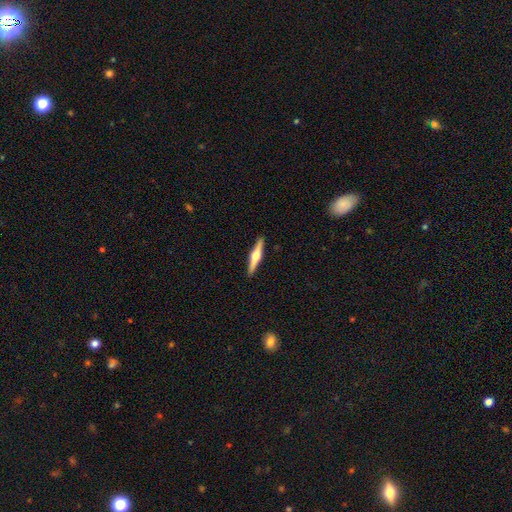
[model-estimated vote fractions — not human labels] Smooth or featured? Predicted: featured or disk (p=0.72). Edge-on disk? Predicted: yes (p=0.98). Edge-on bulge? Predicted: rounded (p=0.95). Merging? Predicted: none (p=0.92).